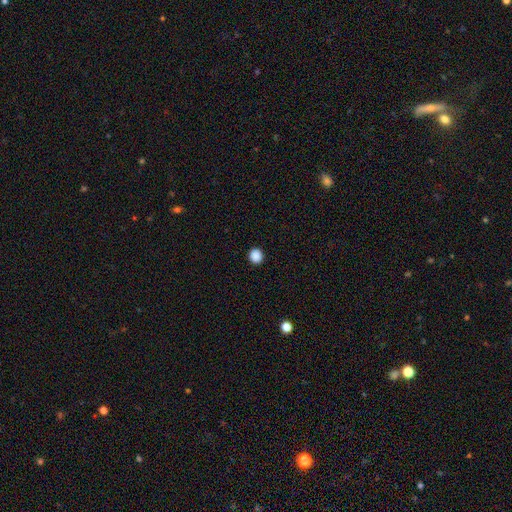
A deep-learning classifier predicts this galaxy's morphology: smooth_or_featured: smooth (p=0.88) [alt: star or artifact p=0.10]
how_rounded: round (p=0.91) [alt: in between p=0.08]
merging: none (p=0.93) [alt: minor disturbance p=0.04]